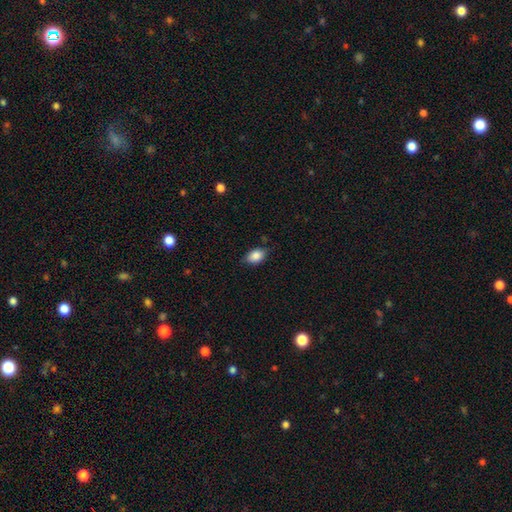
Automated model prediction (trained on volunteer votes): This appears to be a smooth galaxy with no disk features (86%) that is in between round and cigar-shaped (85%). Merging: none (76%).